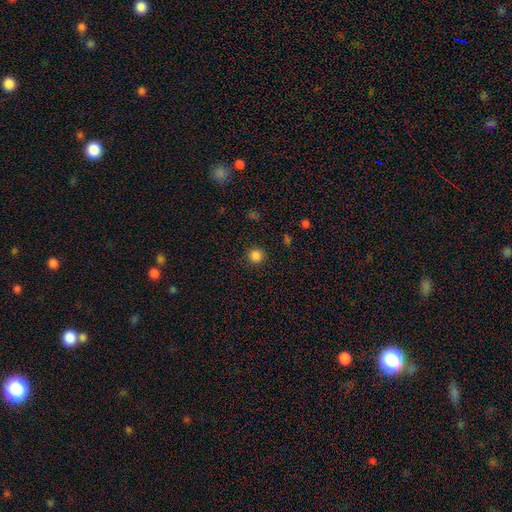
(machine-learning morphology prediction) Smooth or featured: smooth — 84% (star or artifact — 13%)
How rounded: round — 95% (in between — 4%)
Merging: none — 91% (minor disturbance — 6%)